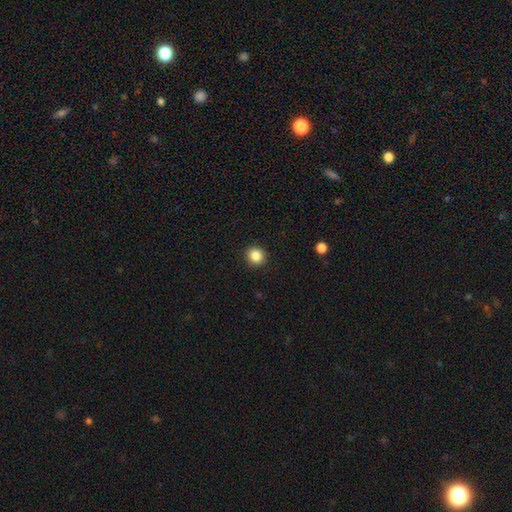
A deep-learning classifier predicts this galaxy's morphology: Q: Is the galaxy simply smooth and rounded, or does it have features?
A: smooth — 86%.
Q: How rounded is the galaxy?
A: round — 84%.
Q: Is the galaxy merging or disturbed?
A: none — 91%.